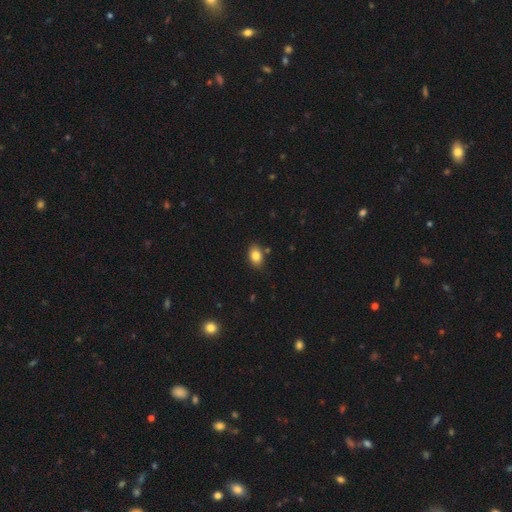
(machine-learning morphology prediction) Smooth or featured? smooth (85%)
How rounded? in between (80%)
Merging? none (82%)